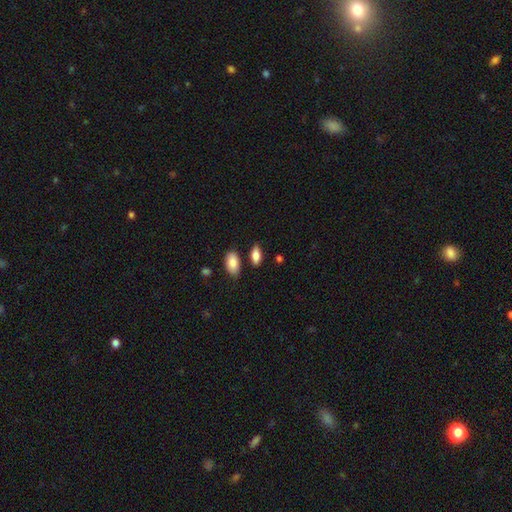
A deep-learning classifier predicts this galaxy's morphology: Overall: smooth (84%). How rounded: in between (87%). Merging: none (78%).